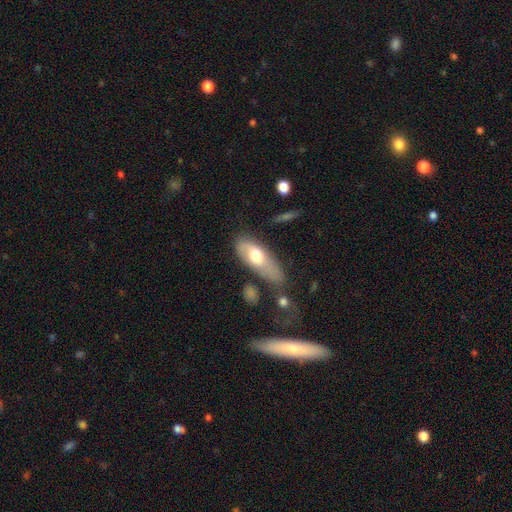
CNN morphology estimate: Q: Smooth or featured?
A: smooth (61%); runner-up: featured or disk (33%)
Q: How rounded?
A: in between (79%); runner-up: cigar-shaped (18%)
Q: Merging?
A: none (41%); runner-up: minor disturbance (30%)